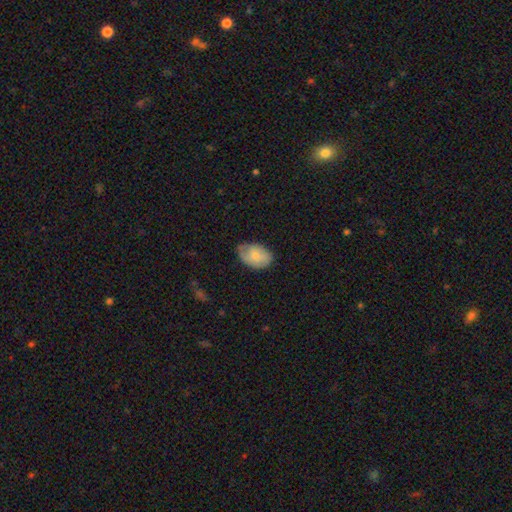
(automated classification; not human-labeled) Smooth or featured: smooth — 66% (featured or disk — 27%)
How rounded: in between — 86% (round — 12%)
Merging: none — 59% (minor disturbance — 32%)